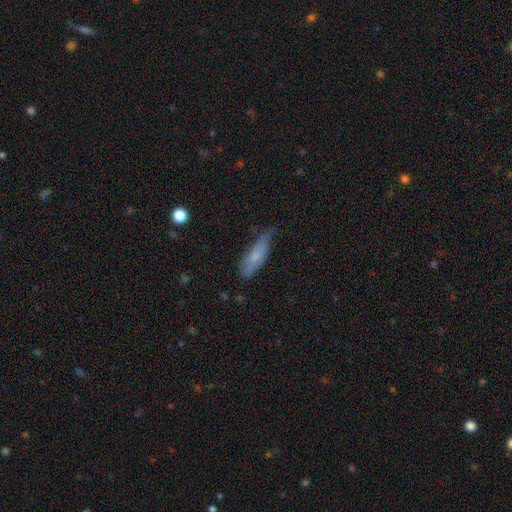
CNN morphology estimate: The model was most divided on "how rounded": cigar-shaped: 55%, in between: 43%, round: 2%. More confident: smooth or featured — smooth (67%); merging — none (54%).